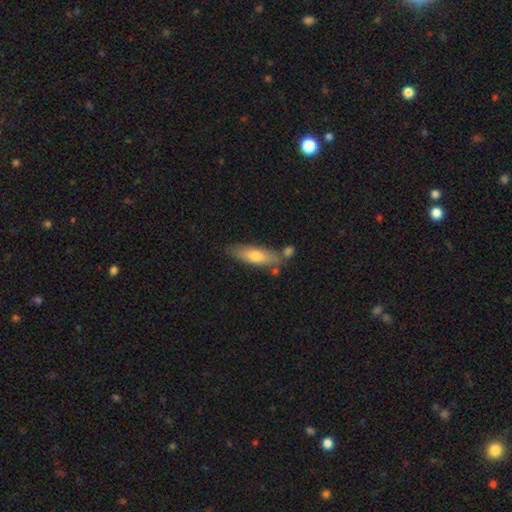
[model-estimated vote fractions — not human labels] Overall: smooth (66%; featured or disk 28%). How rounded: cigar-shaped (59%; in between 39%). Merging: none (70%).